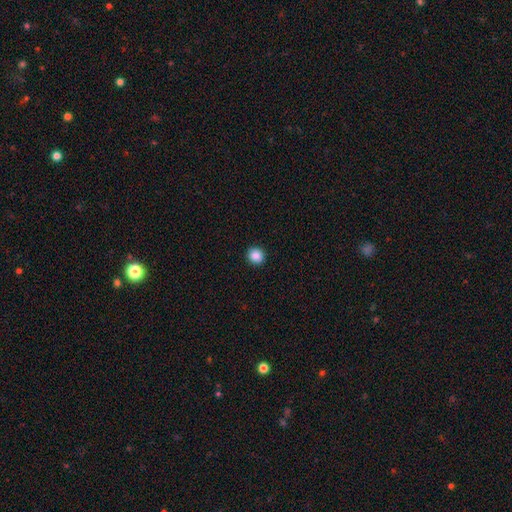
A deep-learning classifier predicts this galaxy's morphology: smooth 87%, star or artifact 10%, featured or disk 3%. Down the decision tree: how rounded — round (91%); merging — none (93%).